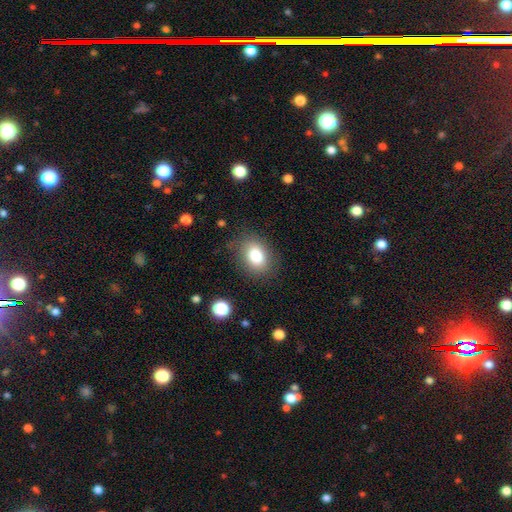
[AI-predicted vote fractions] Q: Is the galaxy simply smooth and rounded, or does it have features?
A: smooth — 83%.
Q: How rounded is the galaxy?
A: in between — 72%.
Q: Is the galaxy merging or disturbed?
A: none — 81%.